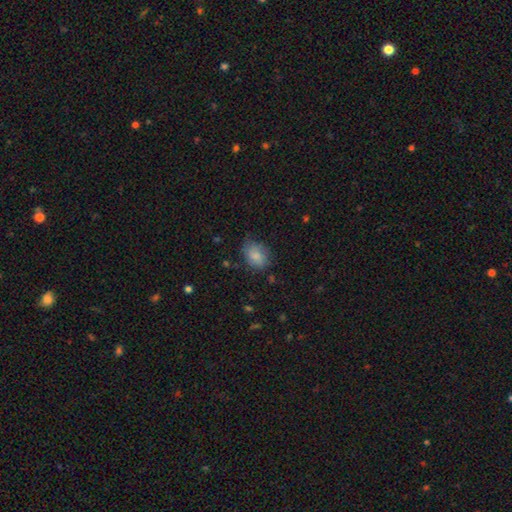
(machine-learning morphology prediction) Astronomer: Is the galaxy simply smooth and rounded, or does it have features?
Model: smooth — 83%.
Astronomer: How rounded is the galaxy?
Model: in between — 68%.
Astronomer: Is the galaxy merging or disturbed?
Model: none — 65%.